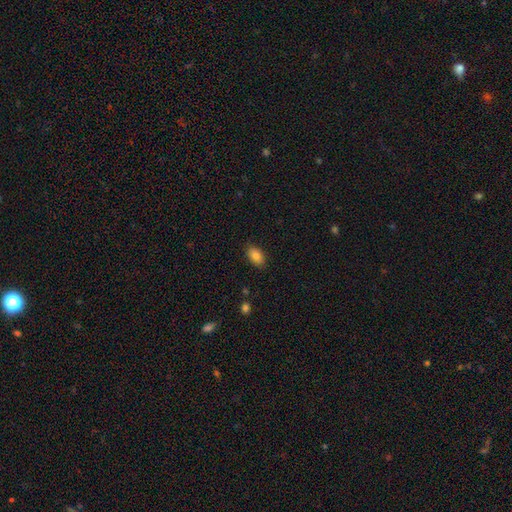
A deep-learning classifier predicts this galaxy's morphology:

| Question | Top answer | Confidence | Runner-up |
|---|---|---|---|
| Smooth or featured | smooth | 86% | star or artifact (8%) |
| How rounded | in between | 91% | round (7%) |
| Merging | none | 86% | minor disturbance (10%) |